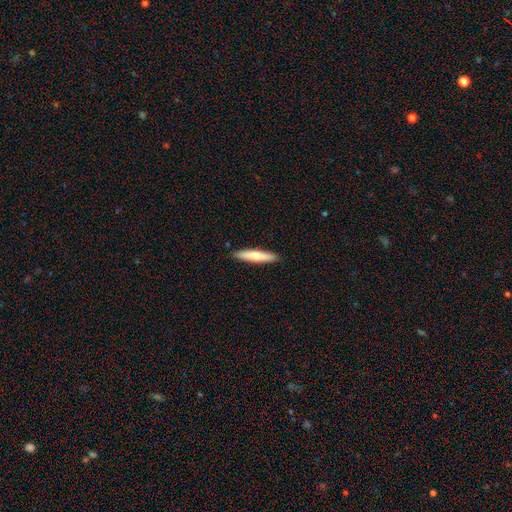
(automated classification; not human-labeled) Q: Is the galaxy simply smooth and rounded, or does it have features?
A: smooth — 68%.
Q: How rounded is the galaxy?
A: cigar-shaped — 88%.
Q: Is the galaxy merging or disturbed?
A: none — 90%.